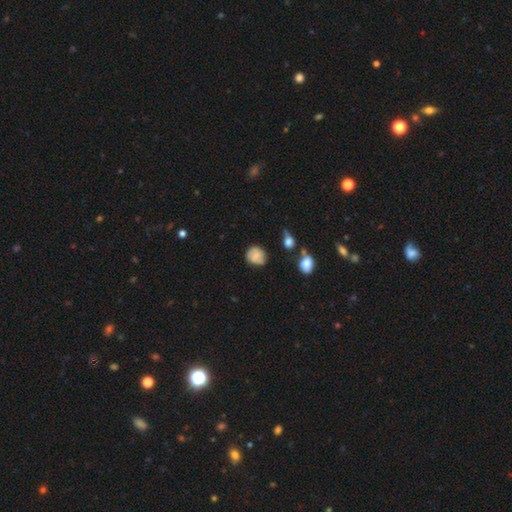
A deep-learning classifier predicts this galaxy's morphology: Smooth or featured: smooth — 64% (featured or disk — 27%)
How rounded: round — 68% (in between — 31%)
Merging: none — 68% (minor disturbance — 23%)